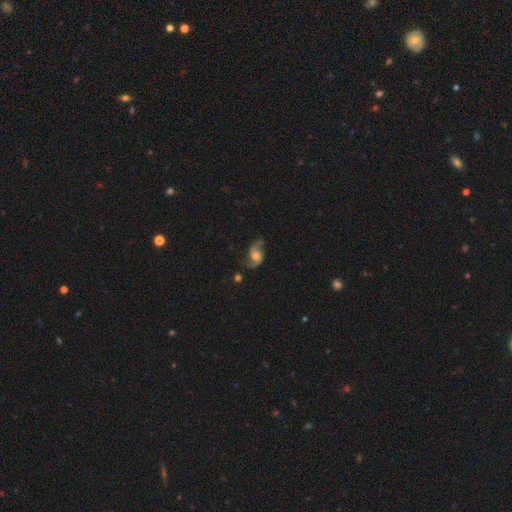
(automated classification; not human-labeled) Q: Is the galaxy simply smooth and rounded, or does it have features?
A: featured or disk — 74%.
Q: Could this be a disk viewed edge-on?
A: no — 96%.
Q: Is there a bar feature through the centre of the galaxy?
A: no — 65%.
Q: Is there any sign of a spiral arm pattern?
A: yes — 93%.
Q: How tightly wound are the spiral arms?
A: loose — 63%.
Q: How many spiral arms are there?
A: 2 — 90%.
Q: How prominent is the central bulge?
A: moderate — 42%.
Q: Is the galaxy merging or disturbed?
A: none — 64%.